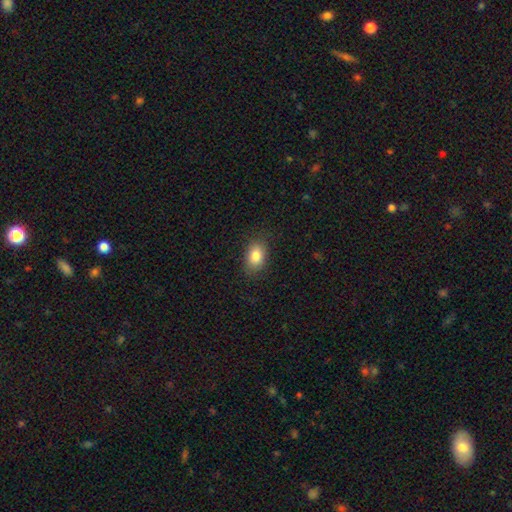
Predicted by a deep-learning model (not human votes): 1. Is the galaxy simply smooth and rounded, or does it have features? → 84% smooth, 9% star or artifact, 8% featured or disk.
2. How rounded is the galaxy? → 83% in between, 16% round, 1% cigar-shaped.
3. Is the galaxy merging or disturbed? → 84% none, 12% minor disturbance, 3% major disturbance, 1% merger.